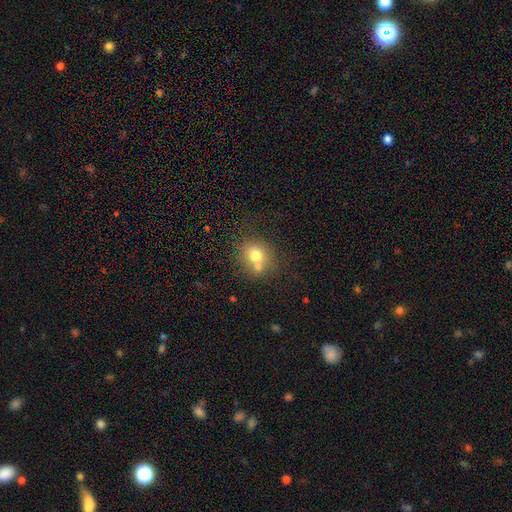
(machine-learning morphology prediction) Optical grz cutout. It shows a smooth galaxy with no disk features (72%) that is round (78%). Merging: none (52%).